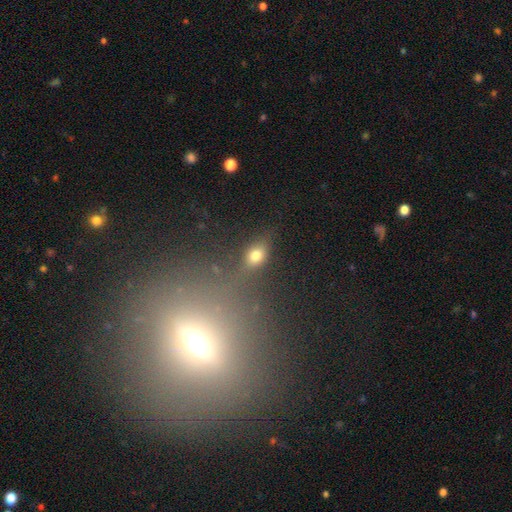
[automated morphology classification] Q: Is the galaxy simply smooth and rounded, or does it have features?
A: smooth — 75%.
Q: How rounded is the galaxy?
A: in between — 67%.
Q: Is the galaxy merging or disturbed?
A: none — 72%.